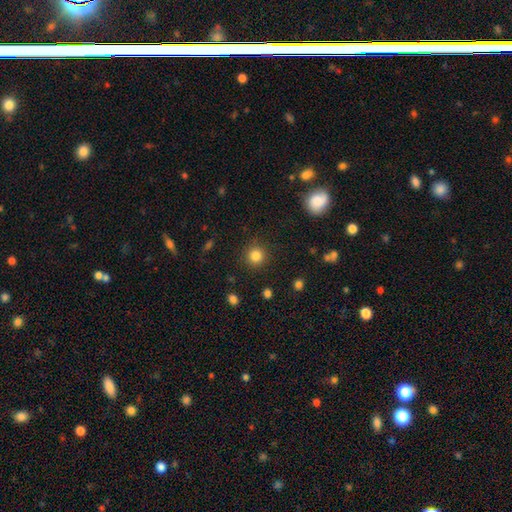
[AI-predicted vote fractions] smooth-or-featured: smooth: 83% | star or artifact: 12% | featured or disk: 5%
  how-rounded: round: 94% | in between: 6% | cigar-shaped: 1%
  merging: none: 90% | minor disturbance: 6% | major disturbance: 3% | merger: 1%